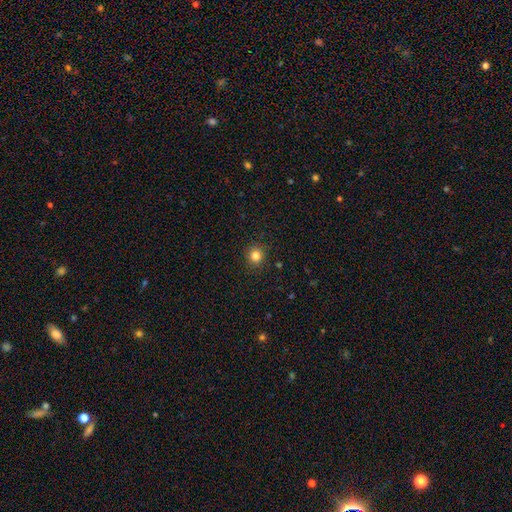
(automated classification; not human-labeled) smooth-or-featured: smooth: 82% | star or artifact: 12% | featured or disk: 5%
  how-rounded: round: 90% | in between: 9% | cigar-shaped: 1%
  merging: none: 91% | minor disturbance: 6% | major disturbance: 2% | merger: 1%